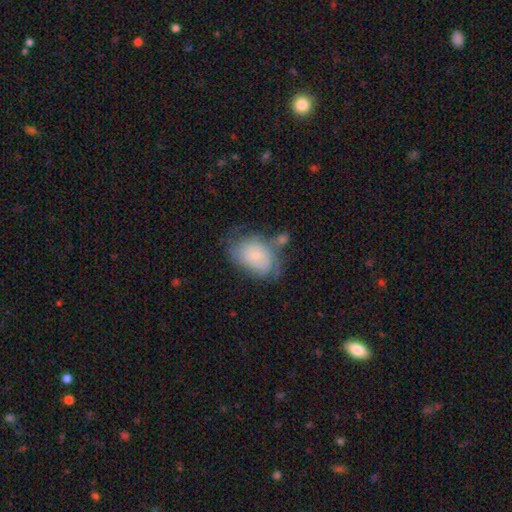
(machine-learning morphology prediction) This is possibly a featured or disk galaxy (47%). Merging: marginally none (43%).